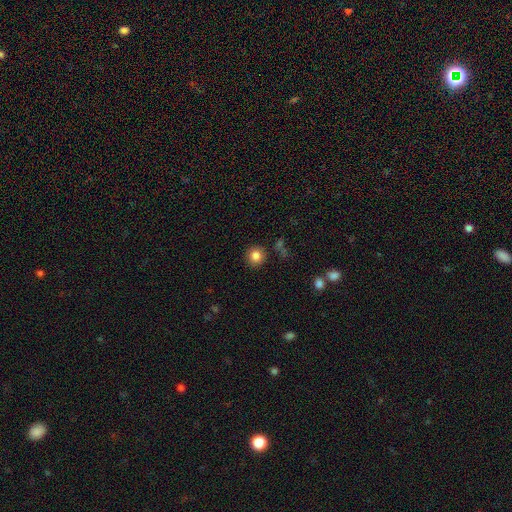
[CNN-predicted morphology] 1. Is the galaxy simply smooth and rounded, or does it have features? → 84% smooth, 10% star or artifact, 6% featured or disk.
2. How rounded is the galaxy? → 92% round, 7% in between, 1% cigar-shaped.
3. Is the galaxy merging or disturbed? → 87% none, 7% minor disturbance, 3% merger, 3% major disturbance.